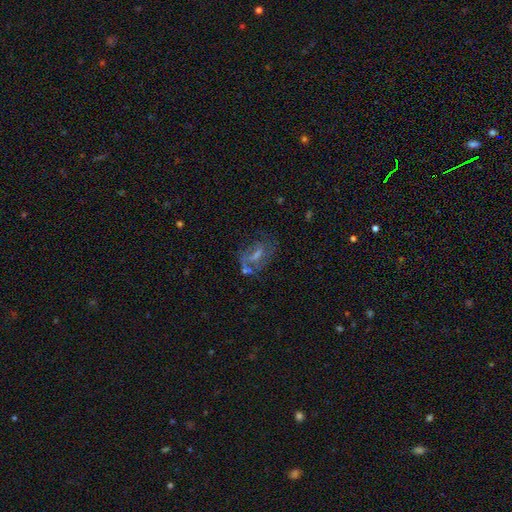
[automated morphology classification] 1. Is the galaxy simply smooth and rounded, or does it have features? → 55% featured or disk, 29% smooth, 17% star or artifact.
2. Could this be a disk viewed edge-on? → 93% no, 7% yes.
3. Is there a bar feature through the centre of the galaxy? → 42% weak, 41% no, 17% strong.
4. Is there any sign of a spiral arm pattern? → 52% no, 48% yes.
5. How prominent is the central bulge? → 35% small, 34% moderate, 25% none, 5% large, 2% dominant.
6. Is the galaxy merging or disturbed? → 45% none, 24% major disturbance, 21% minor disturbance, 10% merger.